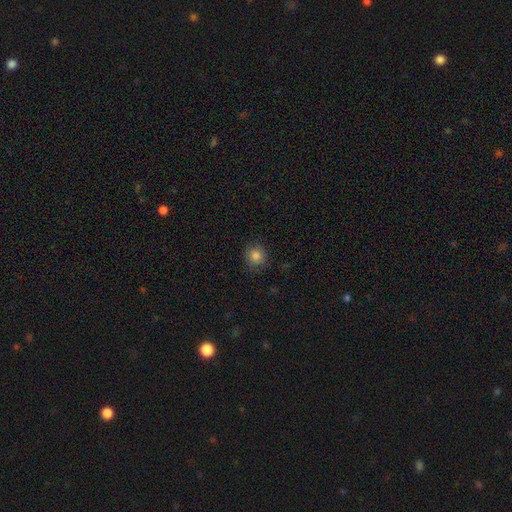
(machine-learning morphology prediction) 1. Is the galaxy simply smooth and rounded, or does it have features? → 84% smooth, 10% star or artifact, 6% featured or disk.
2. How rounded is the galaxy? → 89% round, 10% in between, 1% cigar-shaped.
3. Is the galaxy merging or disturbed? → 83% none, 12% minor disturbance, 3% major disturbance, 1% merger.